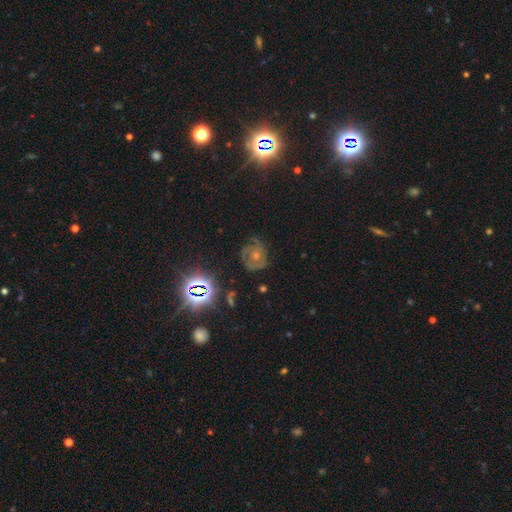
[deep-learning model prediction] featured or disk 66%, star or artifact 18%, smooth 15%. Down the decision tree: edge-on disk — no (97%); bar — no (79%); spiral arms — yes (90%); spiral arm count — 2 (32%); spiral winding — tight (58%); bulge size — moderate (54%); merging — none (68%).